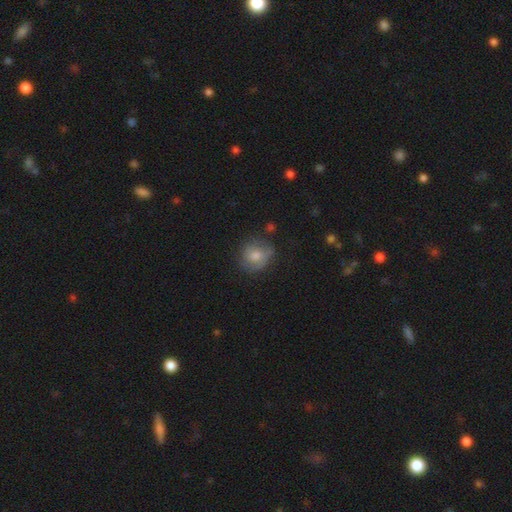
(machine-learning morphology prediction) Overall: smooth (58%; featured or disk 31%). How rounded: round (81%). Merging: none (71%).